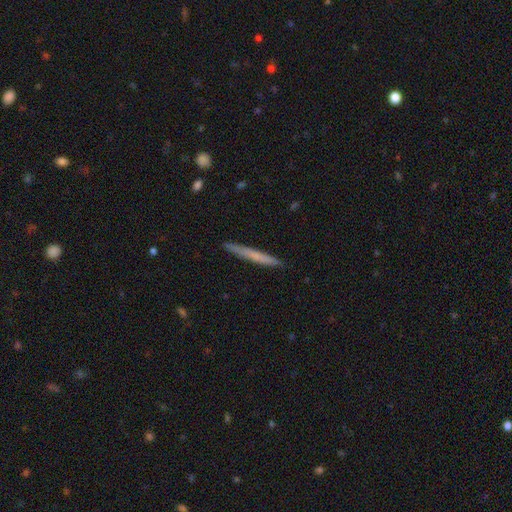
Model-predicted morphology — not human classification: smooth-or-featured: smooth: 59% | featured or disk: 35% | star or artifact: 6%
  how-rounded: cigar-shaped: 97% | in between: 2% | round: 1%
  merging: none: 90% | minor disturbance: 7% | major disturbance: 1% | merger: 1%